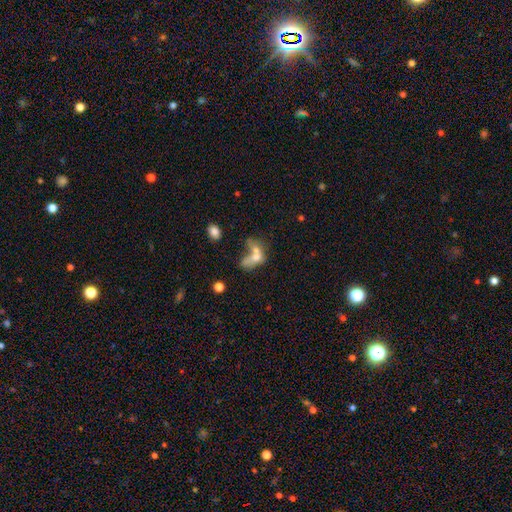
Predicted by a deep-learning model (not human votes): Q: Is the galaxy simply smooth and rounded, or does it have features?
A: smooth — 59%.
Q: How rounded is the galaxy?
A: in between — 70%.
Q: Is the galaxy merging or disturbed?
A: merger — 62%.